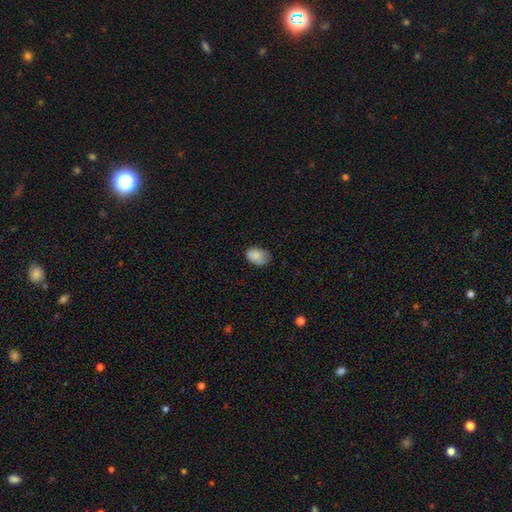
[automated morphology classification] This appears to be a smooth galaxy with no disk features (84%) that is in between round and cigar-shaped (78%). Merging: none (61%).